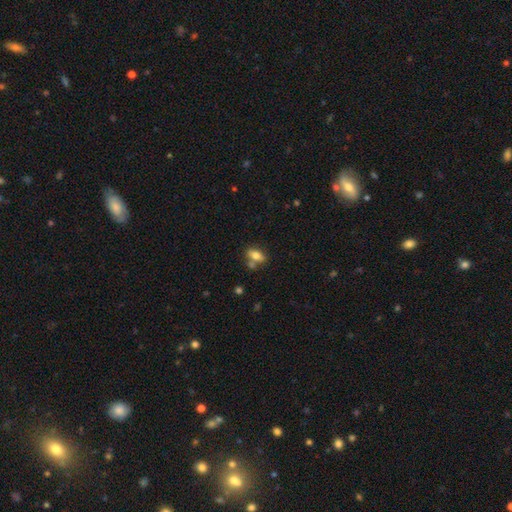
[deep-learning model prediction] A smooth galaxy with no disk features (76%) that is in between round and cigar-shaped (84%).

Vote fractions:
- Smooth or featured? smooth: 76% / featured or disk: 16% / star or artifact: 9%
- How rounded? in between: 84% / round: 8% / cigar-shaped: 8%
- Merging? none: 63% / merger: 20% / minor disturbance: 13% / major disturbance: 4%